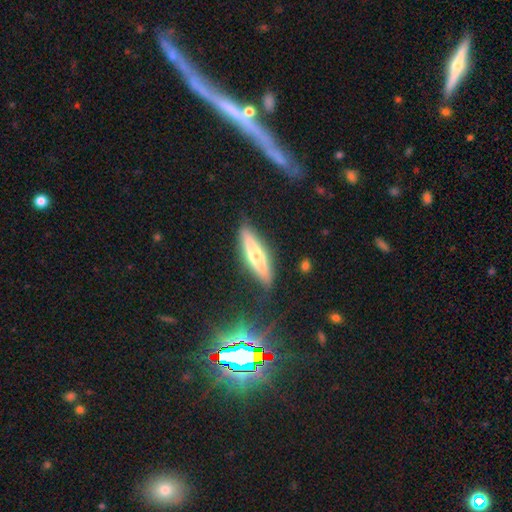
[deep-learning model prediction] Smooth or featured? Predicted: featured or disk (p=0.52). Edge-on disk? Predicted: yes (p=0.89). Merging? Predicted: none (p=0.85).